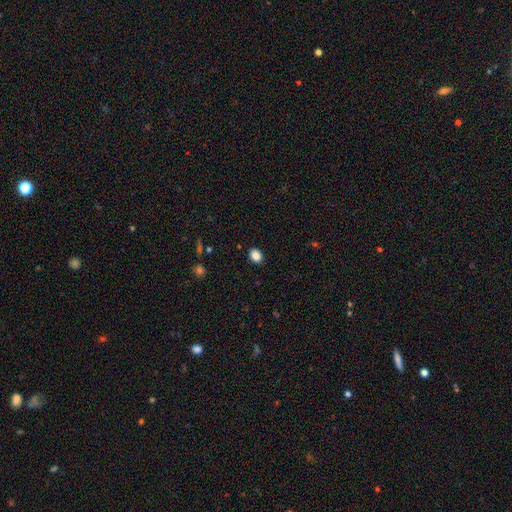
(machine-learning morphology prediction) Q: Smooth or featured?
A: smooth (87%); runner-up: star or artifact (9%)
Q: How rounded?
A: in between (66%); runner-up: round (33%)
Q: Merging?
A: none (89%); runner-up: minor disturbance (8%)